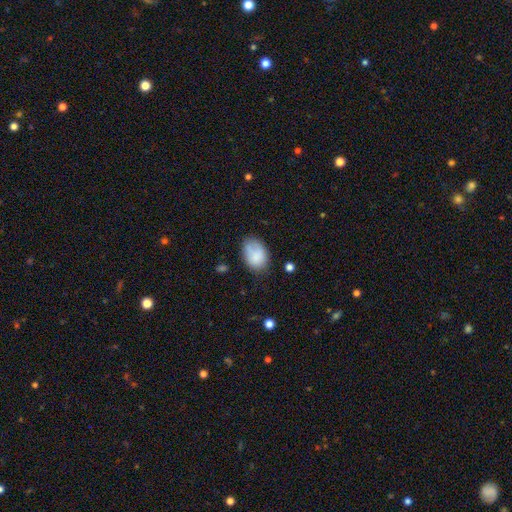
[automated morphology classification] A smooth galaxy with no disk features (82%) that is in between round and cigar-shaped (82%).

Vote fractions:
- Smooth or featured? smooth: 82% / featured or disk: 10% / star or artifact: 8%
- How rounded? in between: 82% / round: 17% / cigar-shaped: 1%
- Merging? none: 61% / minor disturbance: 27% / major disturbance: 8% / merger: 4%